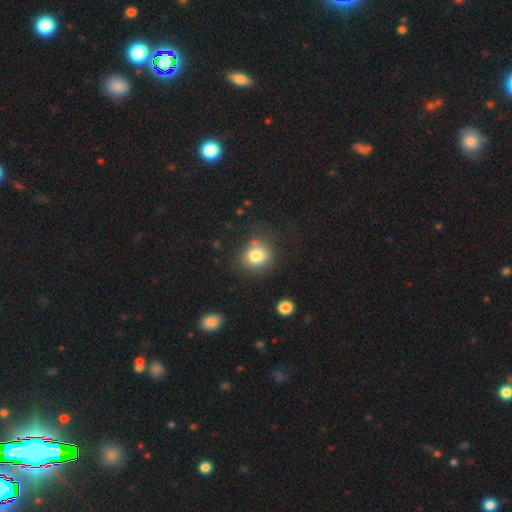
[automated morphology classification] This is clearly a smooth galaxy (81%). How rounded: clearly round (82%). Merging: likely none (73%).